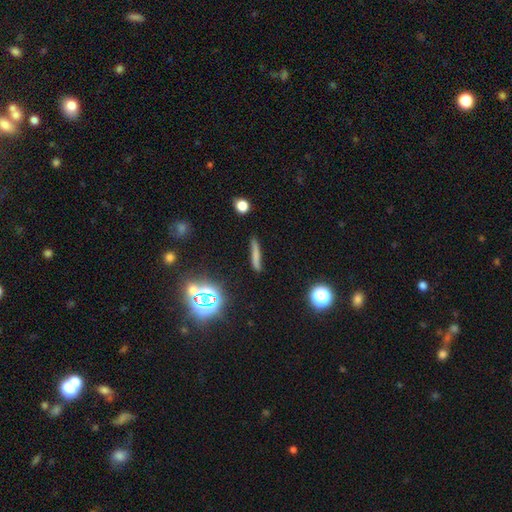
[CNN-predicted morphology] Smooth or featured? smooth (64%)
How rounded? cigar-shaped (91%)
Merging? none (81%)